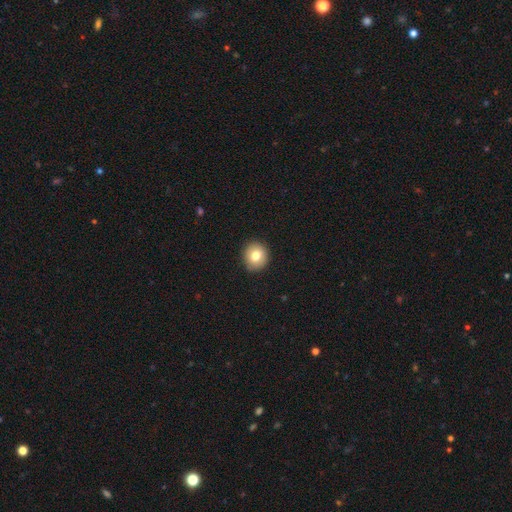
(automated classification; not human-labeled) smooth_or_featured: smooth (p=0.78) [alt: featured or disk p=0.13]
how_rounded: round (p=0.87) [alt: in between p=0.12]
merging: none (p=0.90) [alt: minor disturbance p=0.07]